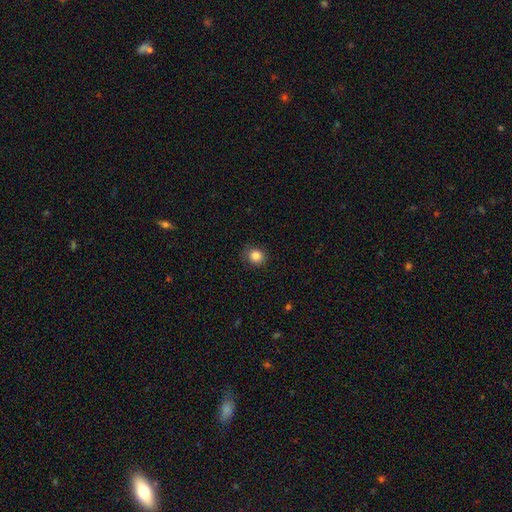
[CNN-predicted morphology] smooth-or-featured: smooth: 85% | star or artifact: 10% | featured or disk: 4%
  how-rounded: round: 80% | in between: 19% | cigar-shaped: 1%
  merging: none: 83% | minor disturbance: 13% | major disturbance: 3% | merger: 1%